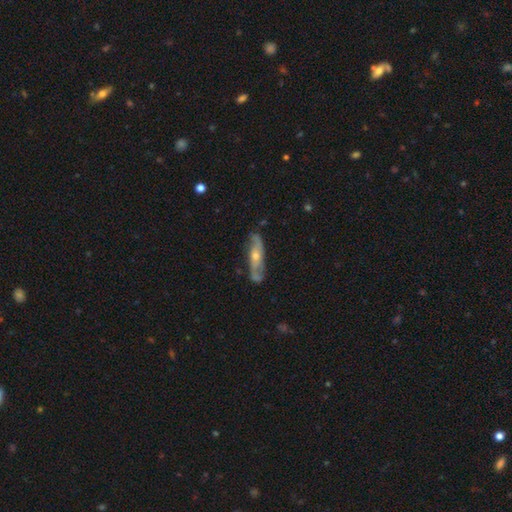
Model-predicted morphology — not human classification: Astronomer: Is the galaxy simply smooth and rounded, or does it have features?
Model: featured or disk — 66%.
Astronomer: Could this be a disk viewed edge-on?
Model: no — 66%.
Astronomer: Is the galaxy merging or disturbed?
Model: none — 70%.